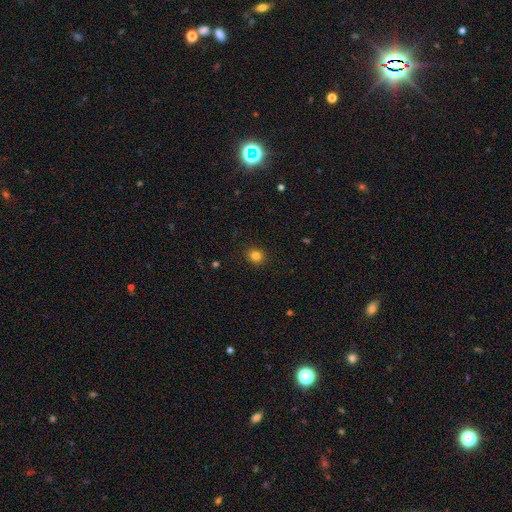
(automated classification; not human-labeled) This is clearly a smooth galaxy (82%). How rounded: likely round (79%). Merging: clearly none (91%).